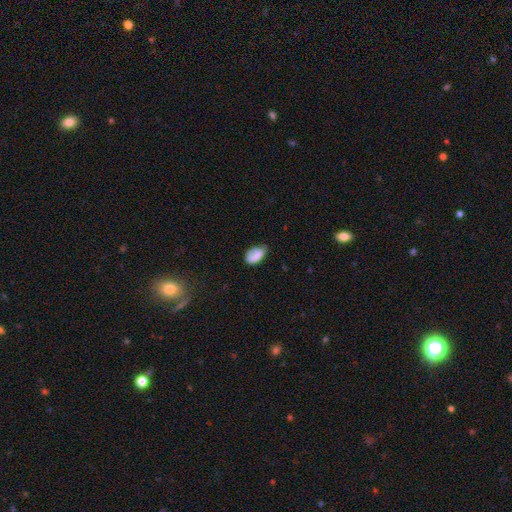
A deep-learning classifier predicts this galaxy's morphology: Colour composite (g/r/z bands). It shows a smooth galaxy with no disk features (71%) that is in between round and cigar-shaped (91%). Merging: none (49%).